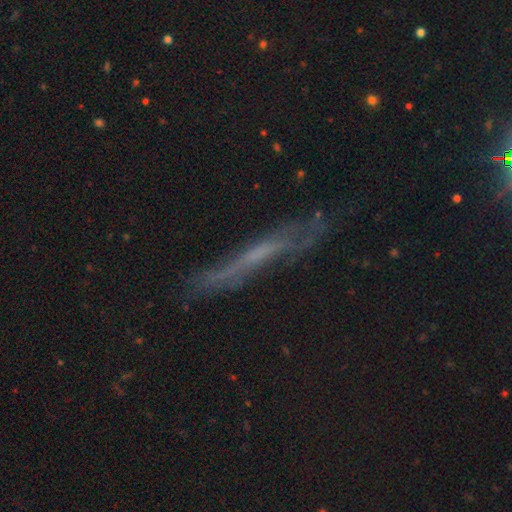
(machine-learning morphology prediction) type=featured or disk (54%); edge-on=yes (74%); merging=none (70%).